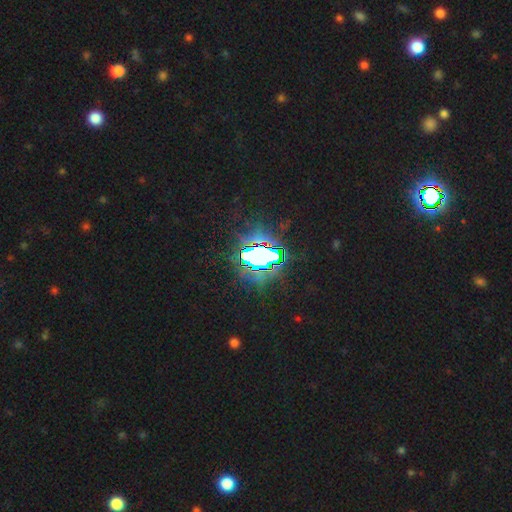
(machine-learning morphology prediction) A star or artifact, not a galaxy (84%).